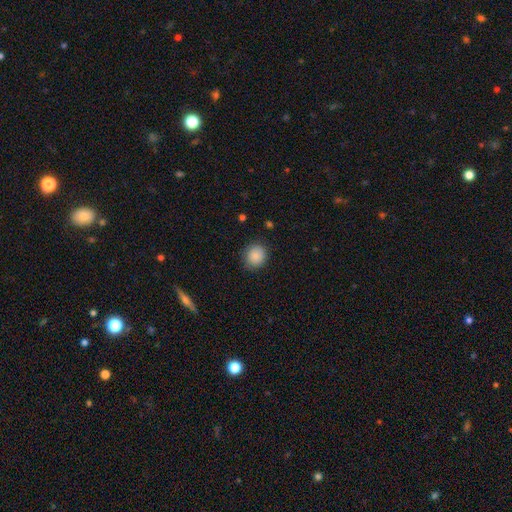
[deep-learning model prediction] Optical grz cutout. It shows a smooth galaxy with no disk features (87%) that is round (85%). Merging: none (85%).